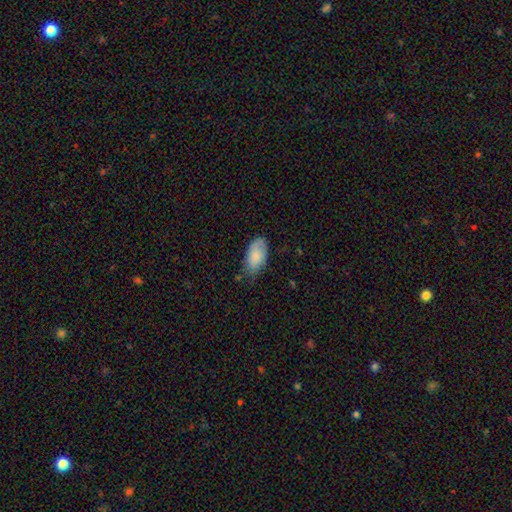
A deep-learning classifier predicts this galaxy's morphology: Smooth or featured? smooth (84%)
How rounded? in between (95%)
Merging? none (62%)